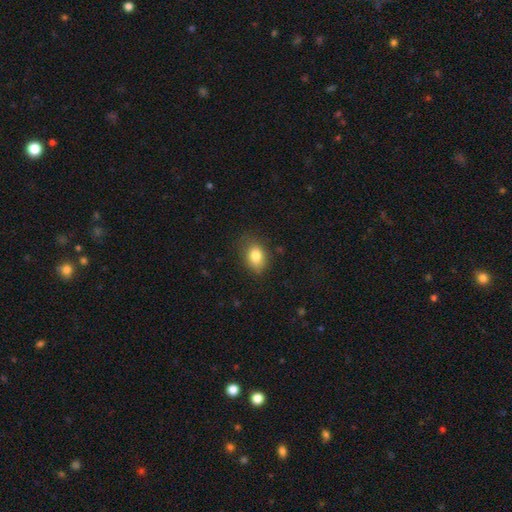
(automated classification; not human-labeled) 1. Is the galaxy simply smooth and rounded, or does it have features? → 81% smooth, 9% star or artifact, 9% featured or disk.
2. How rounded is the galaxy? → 74% in between, 25% round, 1% cigar-shaped.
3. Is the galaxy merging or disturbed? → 76% none, 18% minor disturbance, 5% major disturbance, 1% merger.